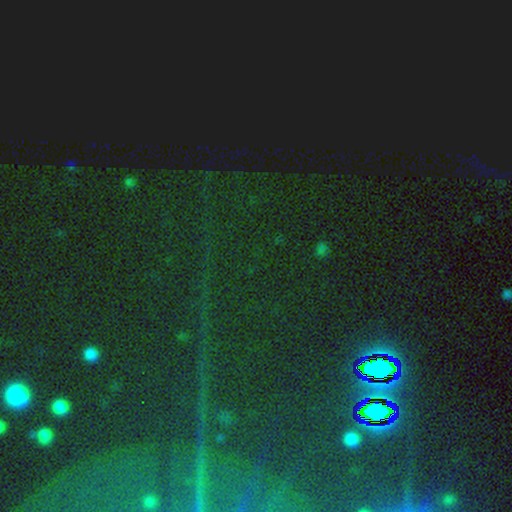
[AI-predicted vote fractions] Smooth or featured?
  - star or artifact: 86% *
  - smooth: 8%
  - featured or disk: 6%